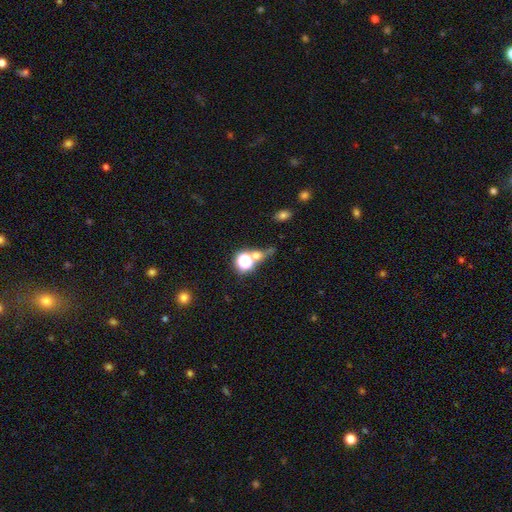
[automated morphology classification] A smooth galaxy with no disk features (49%).

Vote fractions:
- Smooth or featured? smooth: 49% / star or artifact: 38% / featured or disk: 13%
- Merging? none: 51% / merger: 30% / minor disturbance: 11% / major disturbance: 9%